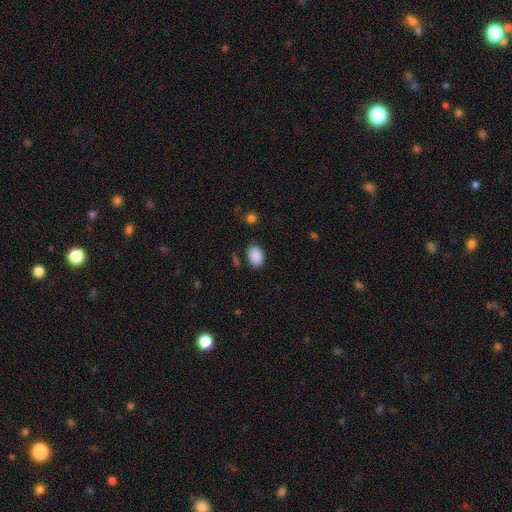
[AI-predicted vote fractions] smooth_or_featured: smooth (p=0.89) [alt: star or artifact p=0.08]
how_rounded: in between (p=0.80) [alt: round p=0.19]
merging: none (p=0.80) [alt: minor disturbance p=0.14]